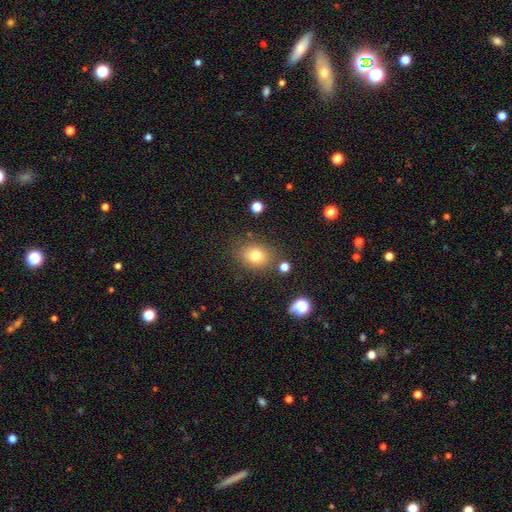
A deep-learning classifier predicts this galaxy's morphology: A smooth galaxy with no disk features (77%) that is round (57%). Merging: none (80%).